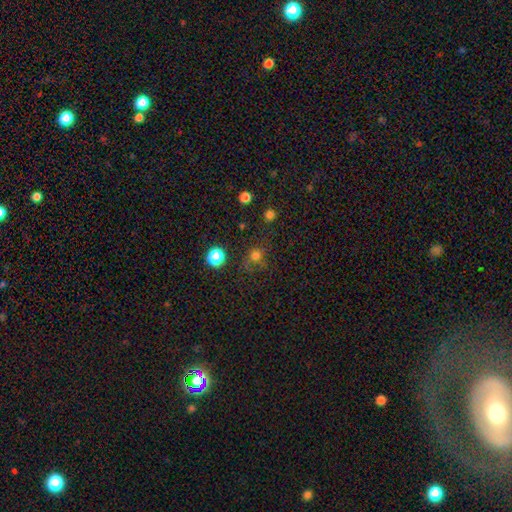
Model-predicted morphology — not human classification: smooth 68%, star or artifact 24%, featured or disk 8%. Down the decision tree: how rounded — round (85%); merging — none (68%).